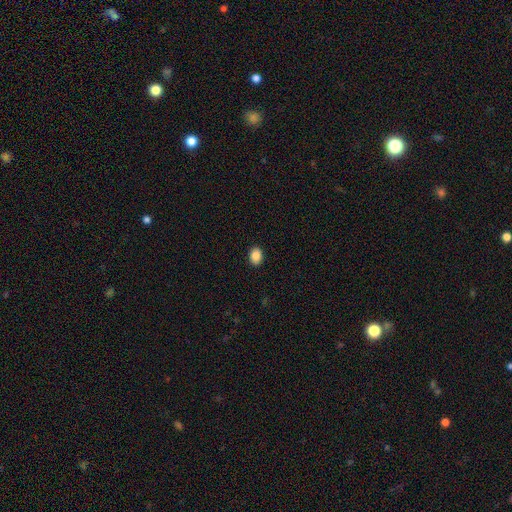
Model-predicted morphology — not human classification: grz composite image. It shows a smooth galaxy with no disk features (88%) that is in between round and cigar-shaped (68%). Merging: none (91%).